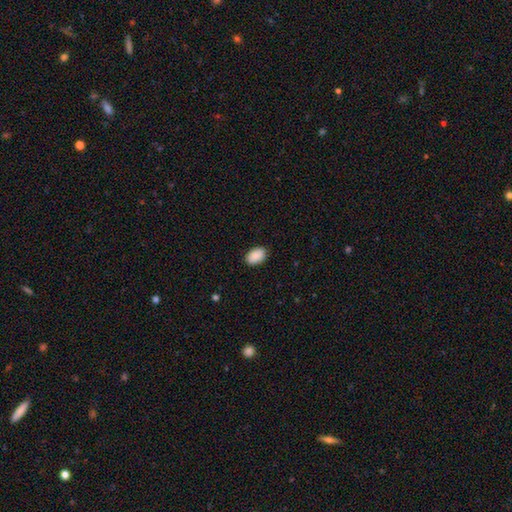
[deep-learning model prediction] A smooth galaxy with no disk features (91%) that is in between round and cigar-shaped (91%).

Vote fractions:
- Smooth or featured? smooth: 91% / star or artifact: 6% / featured or disk: 3%
- How rounded? in between: 91% / round: 7% / cigar-shaped: 1%
- Merging? none: 88% / minor disturbance: 9% / major disturbance: 2% / merger: 1%